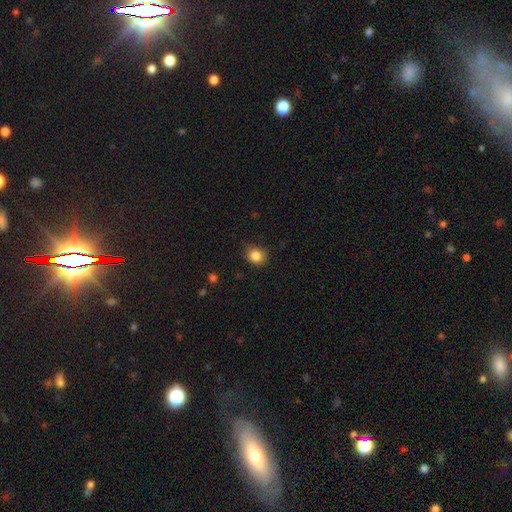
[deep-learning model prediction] A smooth galaxy with no disk features (85%) that is round (67%).

Vote fractions:
- Smooth or featured? smooth: 85% / star or artifact: 10% / featured or disk: 5%
- How rounded? round: 67% / in between: 33% / cigar-shaped: 1%
- Merging? none: 81% / minor disturbance: 15% / major disturbance: 3% / merger: 1%